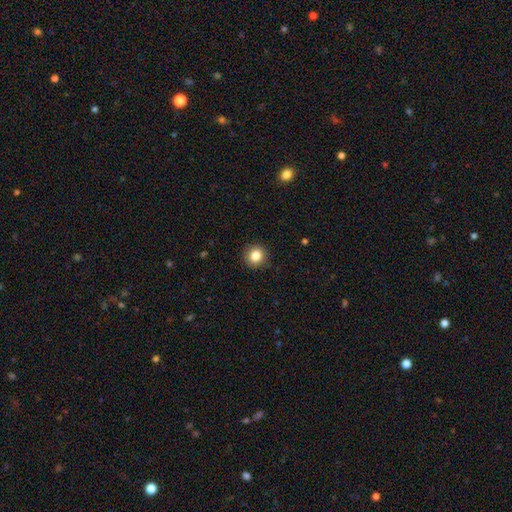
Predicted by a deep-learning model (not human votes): Morphology: type=smooth (84%); roundness=round (91%); merging=none (91%).